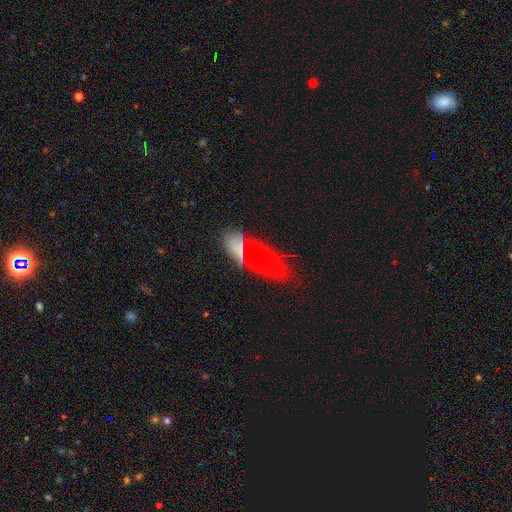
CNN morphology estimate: Smooth or featured? smooth (66%)
How rounded? in between (74%)
Merging? none (65%)